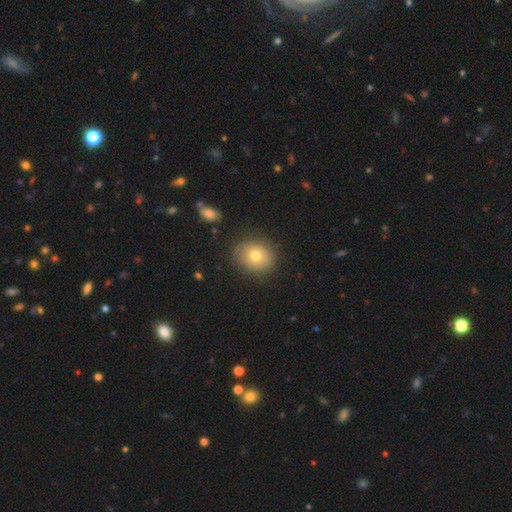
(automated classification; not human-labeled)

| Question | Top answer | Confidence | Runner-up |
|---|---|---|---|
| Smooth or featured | smooth | 74% | featured or disk (16%) |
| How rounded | round | 60% | in between (39%) |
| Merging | none | 83% | minor disturbance (12%) |